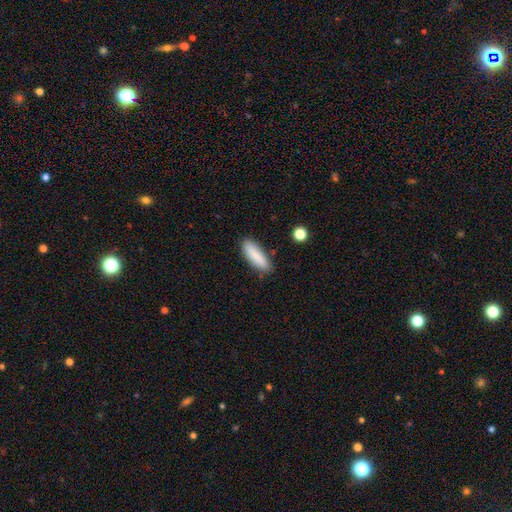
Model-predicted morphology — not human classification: This appears to be a smooth galaxy with no disk features (86%) that is cigar-shaped (51%). Merging: none (82%).